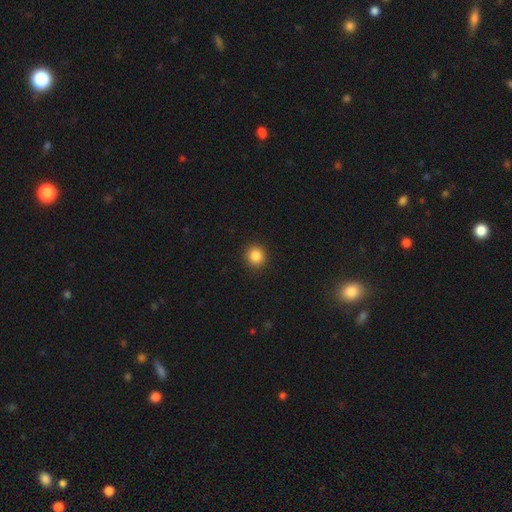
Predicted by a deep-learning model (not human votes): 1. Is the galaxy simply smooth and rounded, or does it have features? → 86% smooth, 11% star or artifact, 4% featured or disk.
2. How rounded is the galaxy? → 93% round, 6% in between, 1% cigar-shaped.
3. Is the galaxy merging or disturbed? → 92% none, 5% minor disturbance, 2% major disturbance, 1% merger.